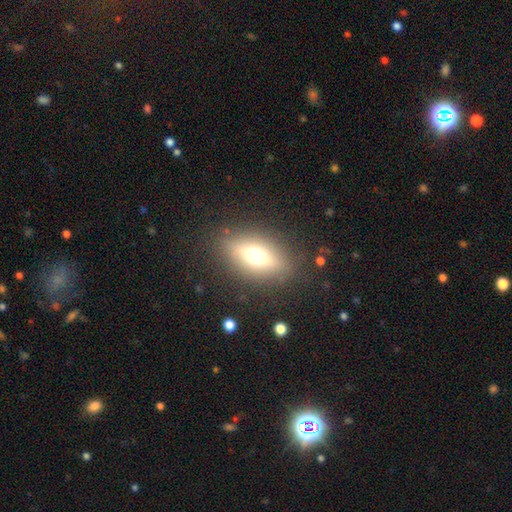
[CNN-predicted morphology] This appears to be a smooth galaxy with no disk features (50%) that is in between round and cigar-shaped (72%). Merging: none (83%).